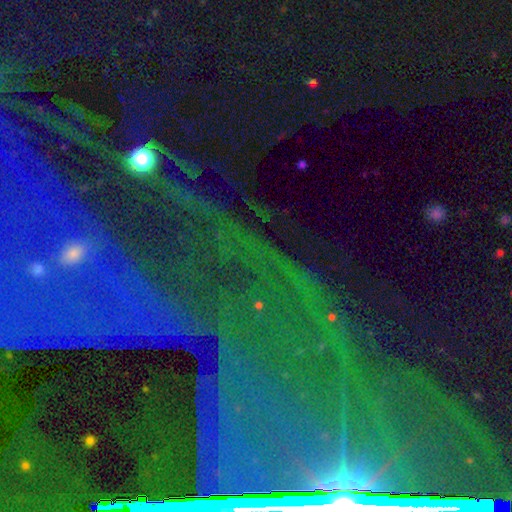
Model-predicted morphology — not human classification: star or artifact 78%, featured or disk 13%, smooth 9%.